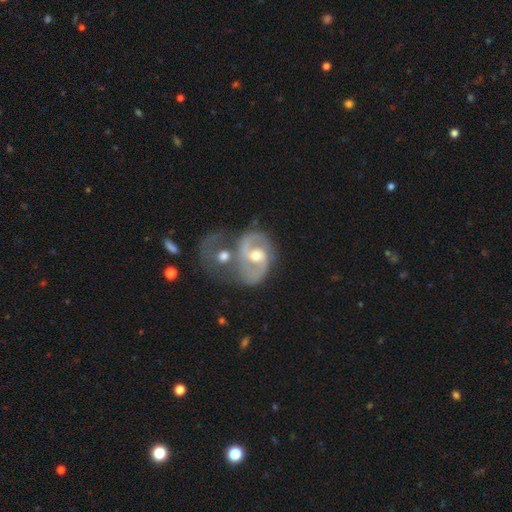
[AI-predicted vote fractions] The model was most divided on "merging": merger: 41%, none: 34%, minor disturbance: 14%, major disturbance: 11%. Remaining: edge-on disk — no (97%); spiral arms — yes (92%); spiral arm count — 2 (85%); smooth or featured — featured or disk (84%); bulge size — moderate (71%); spiral winding — medium (53%); bar — weak (46%).